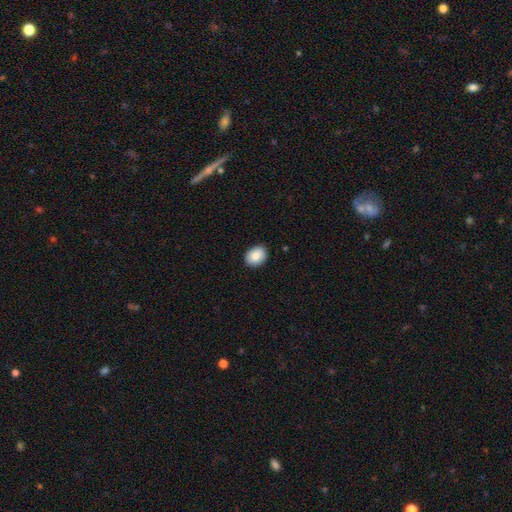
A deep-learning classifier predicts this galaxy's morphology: Overall: smooth (86%). How rounded: in between (60%; round 39%). Merging: none (89%).